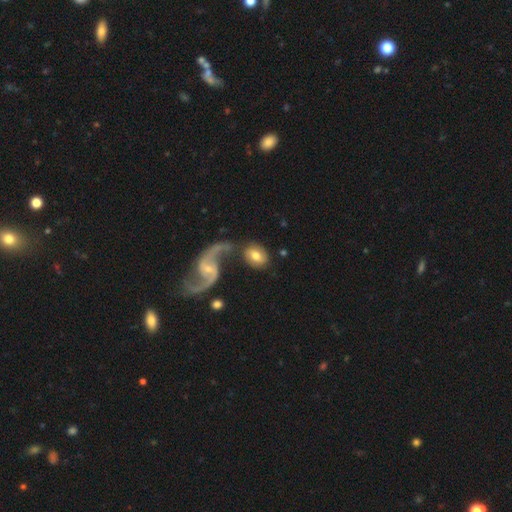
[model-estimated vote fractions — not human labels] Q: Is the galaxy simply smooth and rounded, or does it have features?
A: smooth — 52%.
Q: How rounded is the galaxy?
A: in between — 73%.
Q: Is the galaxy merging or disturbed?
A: none — 58%.